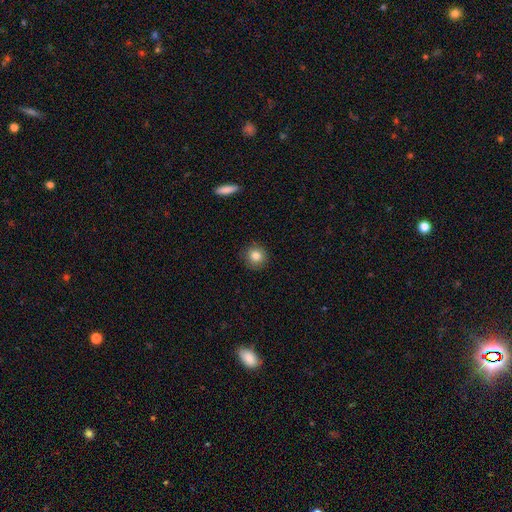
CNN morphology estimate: smooth_or_featured: smooth (p=0.83) [alt: star or artifact p=0.10]
how_rounded: round (p=0.93) [alt: in between p=0.06]
merging: none (p=0.90) [alt: minor disturbance p=0.07]